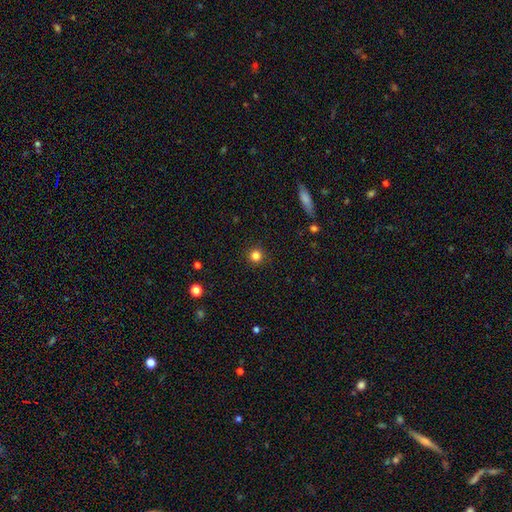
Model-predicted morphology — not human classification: type=smooth (83%); roundness=round (95%); merging=none (92%).